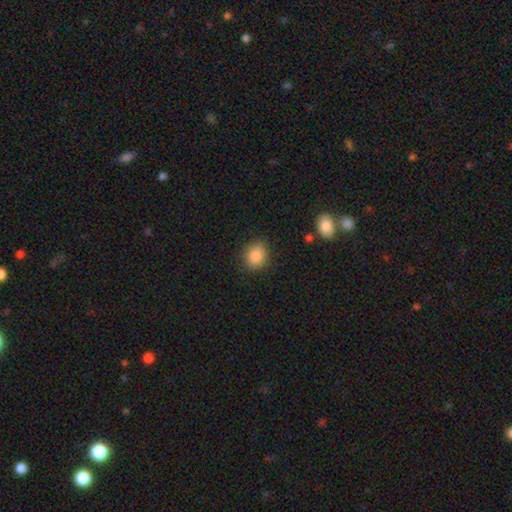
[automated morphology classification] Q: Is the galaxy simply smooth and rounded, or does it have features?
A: smooth — 87%.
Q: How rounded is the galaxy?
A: round — 66%.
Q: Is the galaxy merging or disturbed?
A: none — 85%.